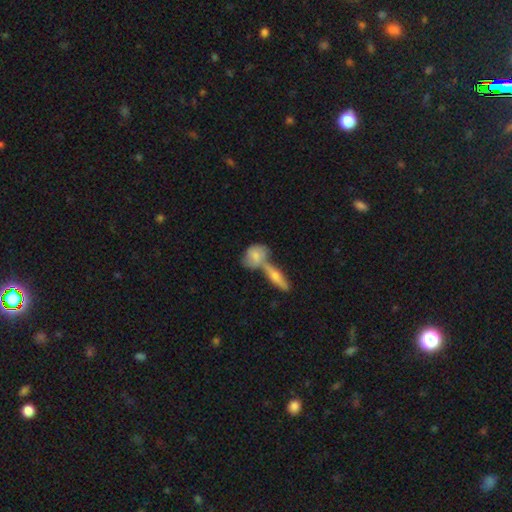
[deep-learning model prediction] Smooth or featured? Predicted: smooth (p=0.63). How rounded? Predicted: in between (p=0.64). Merging? Predicted: merger (p=0.51).